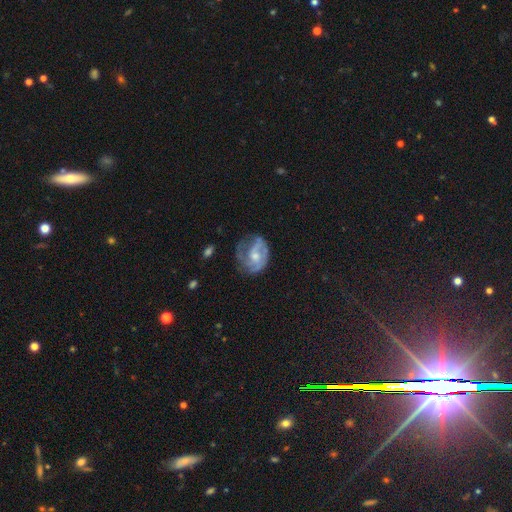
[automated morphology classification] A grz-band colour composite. It shows a featured or disk galaxy (74%) with no bar (65%), 2 (36%) medium (44%) spiral arms (83%) and a moderate central bulge (50%). Merging: none (51%).